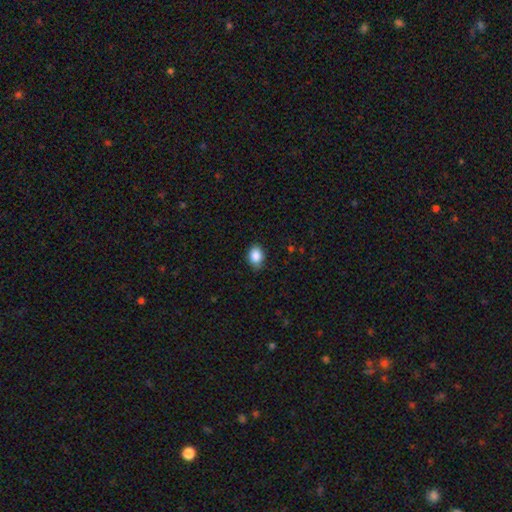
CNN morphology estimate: A smooth galaxy with no disk features (88%) that is in between round and cigar-shaped (73%). Merging: none (80%).